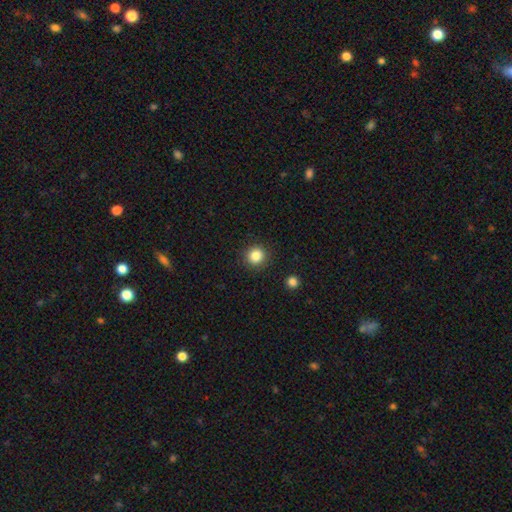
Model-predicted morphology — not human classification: smooth 85%, star or artifact 11%, featured or disk 4%. Down the decision tree: how rounded — round (92%); merging — none (91%).